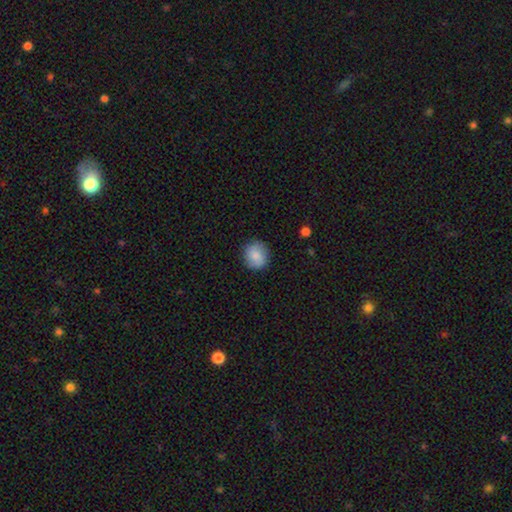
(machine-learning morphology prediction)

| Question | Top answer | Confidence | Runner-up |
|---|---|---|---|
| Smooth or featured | smooth | 86% | star or artifact (7%) |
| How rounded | round | 83% | in between (16%) |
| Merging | none | 87% | minor disturbance (10%) |